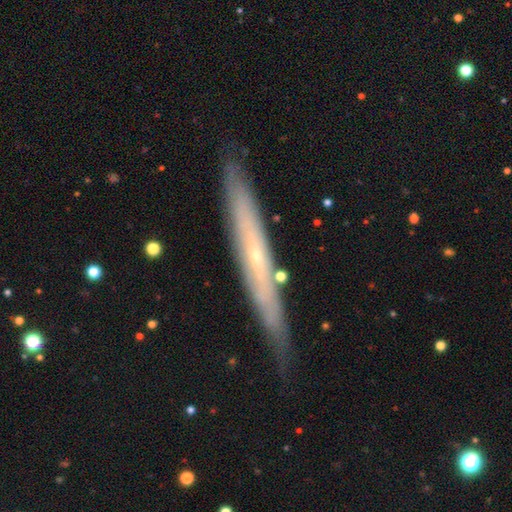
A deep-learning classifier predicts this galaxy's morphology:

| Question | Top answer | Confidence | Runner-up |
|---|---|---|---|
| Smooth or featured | featured or disk | 72% | smooth (20%) |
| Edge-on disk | yes | 79% | no (21%) |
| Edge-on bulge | none | 50% | rounded (48%) |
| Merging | none | 82% | minor disturbance (14%) |